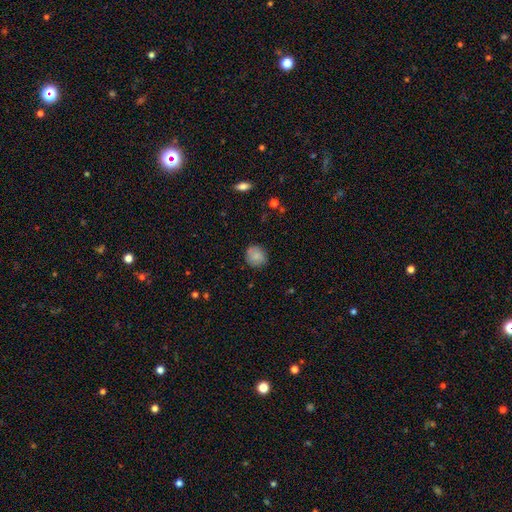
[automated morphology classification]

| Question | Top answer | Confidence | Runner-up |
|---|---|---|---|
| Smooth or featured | smooth | 81% | featured or disk (11%) |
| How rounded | round | 83% | in between (16%) |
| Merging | none | 82% | minor disturbance (13%) |